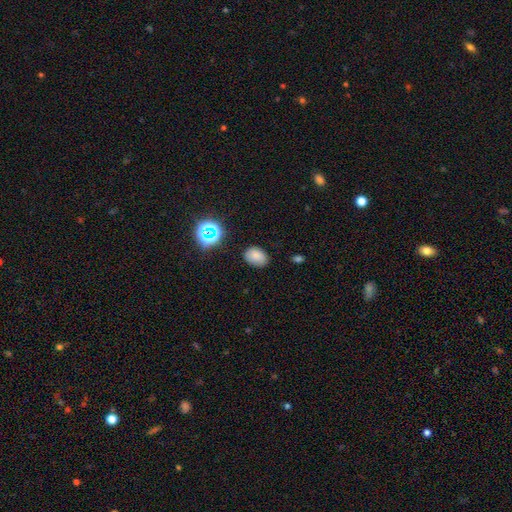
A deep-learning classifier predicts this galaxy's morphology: This is likely a smooth galaxy (79%). How rounded: likely in between (72%). Merging: clearly none (81%).